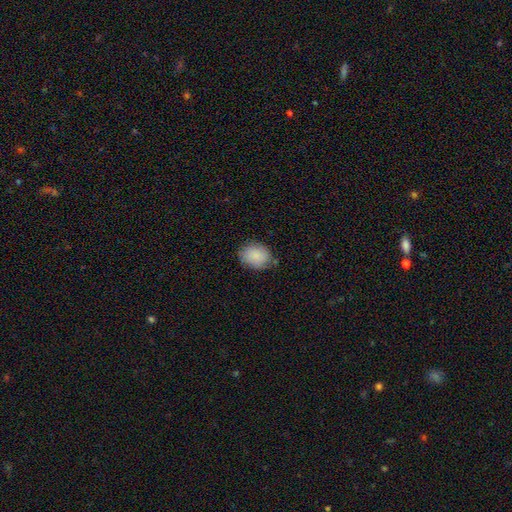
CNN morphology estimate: smooth_or_featured: smooth (p=0.87) [alt: star or artifact p=0.07]
how_rounded: in between (p=0.53) [alt: round p=0.46]
merging: none (p=0.74) [alt: minor disturbance p=0.20]